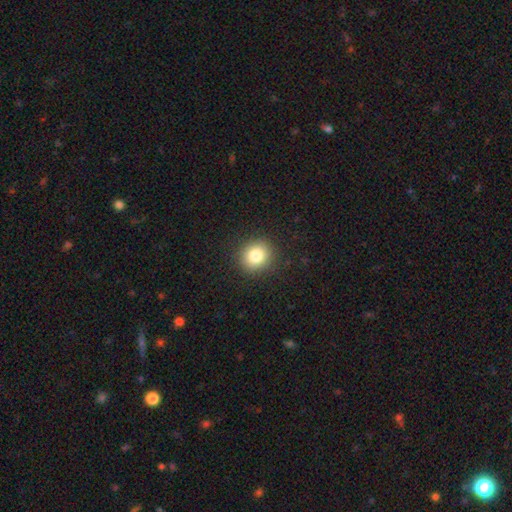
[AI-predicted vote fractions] Overall: smooth (82%). How rounded: round (86%). Merging: none (91%).